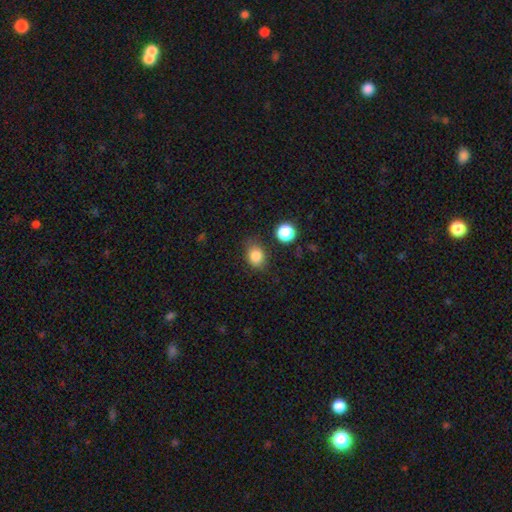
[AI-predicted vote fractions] Smooth or featured? smooth (84%)
How rounded? round (52%)
Merging? none (75%)